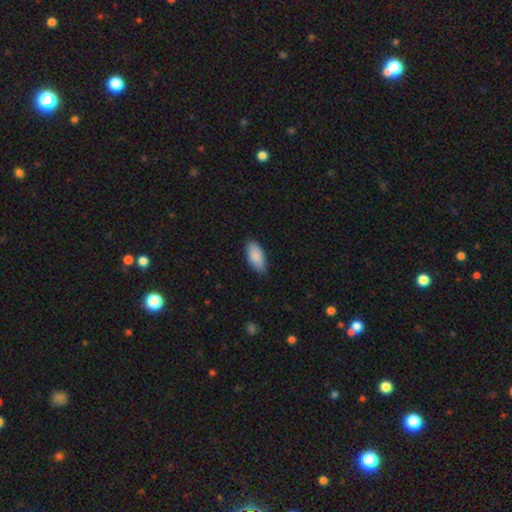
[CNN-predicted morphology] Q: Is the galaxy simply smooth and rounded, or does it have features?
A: smooth — 89%.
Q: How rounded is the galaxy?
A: in between — 90%.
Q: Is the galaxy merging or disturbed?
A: none — 85%.